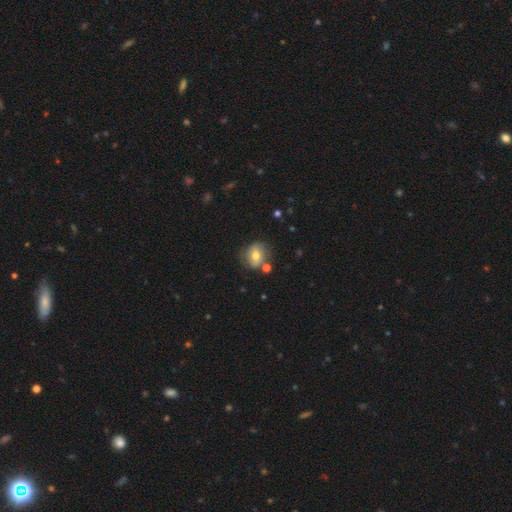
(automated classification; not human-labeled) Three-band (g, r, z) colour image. It shows a smooth galaxy with no disk features (63%) that is round (67%). Merging: none (70%).